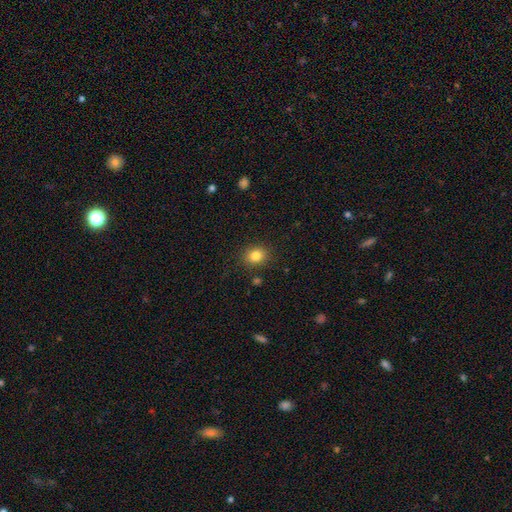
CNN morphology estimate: Q: Smooth or featured?
A: smooth (83%); runner-up: star or artifact (11%)
Q: How rounded?
A: round (65%); runner-up: in between (34%)
Q: Merging?
A: none (87%); runner-up: minor disturbance (9%)